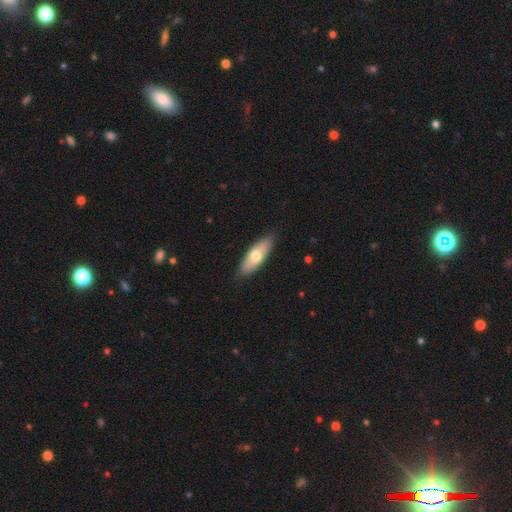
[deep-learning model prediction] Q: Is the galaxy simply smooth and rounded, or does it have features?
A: smooth — 63%.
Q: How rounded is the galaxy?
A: in between — 63%.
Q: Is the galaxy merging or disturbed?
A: none — 84%.